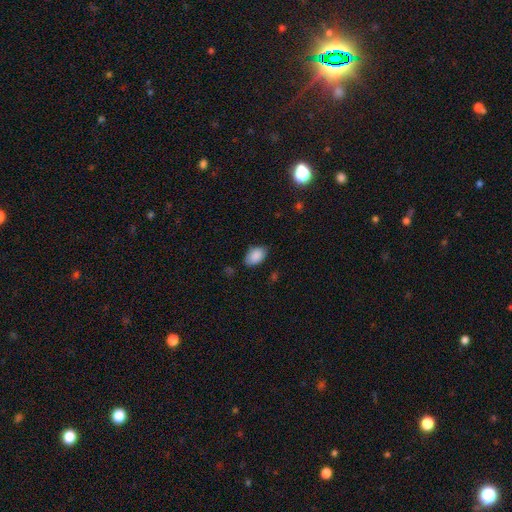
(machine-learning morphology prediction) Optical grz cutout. It shows a smooth galaxy with no disk features (88%) that is in between round and cigar-shaped (91%). Merging: none (76%).